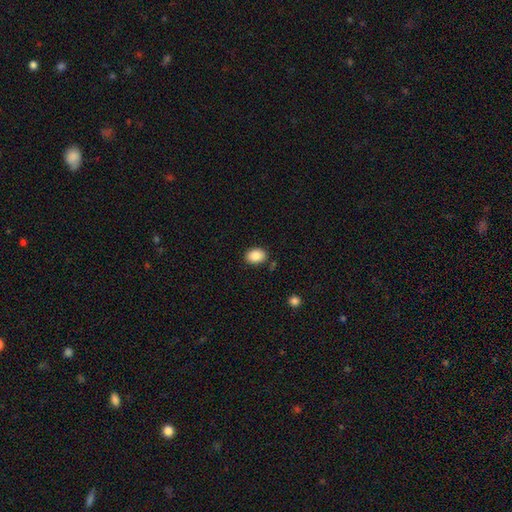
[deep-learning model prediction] smooth-or-featured: smooth: 88% | star or artifact: 8% | featured or disk: 5%
  how-rounded: in between: 73% | round: 27% | cigar-shaped: 1%
  merging: none: 84% | minor disturbance: 10% | merger: 3% | major disturbance: 3%